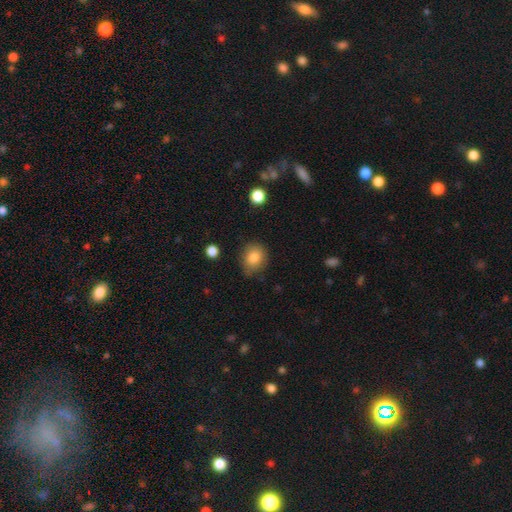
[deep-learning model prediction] This is clearly a smooth galaxy (83%). How rounded: likely round (60%). Merging: likely none (80%).